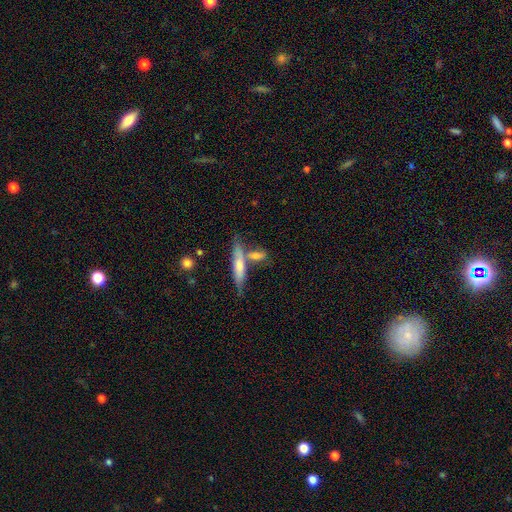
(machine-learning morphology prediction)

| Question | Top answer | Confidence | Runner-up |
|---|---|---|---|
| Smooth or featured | smooth | 63% | featured or disk (30%) |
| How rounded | cigar-shaped | 61% | in between (34%) |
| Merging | none | 45% | merger (37%) |